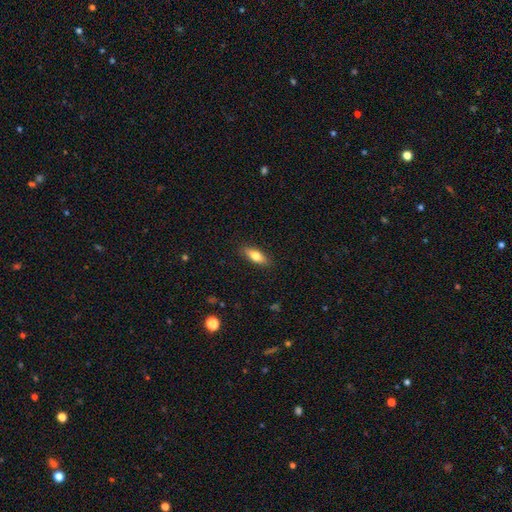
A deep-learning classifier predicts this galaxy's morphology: This appears to be a smooth galaxy with no disk features (72%) that is in between round and cigar-shaped (68%). Merging: none (88%).